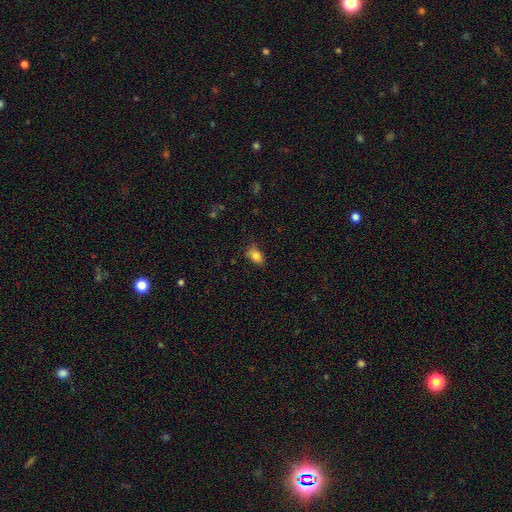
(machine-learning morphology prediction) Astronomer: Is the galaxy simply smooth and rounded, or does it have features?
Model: smooth — 83%.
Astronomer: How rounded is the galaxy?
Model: in between — 85%.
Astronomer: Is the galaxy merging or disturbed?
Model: none — 76%.